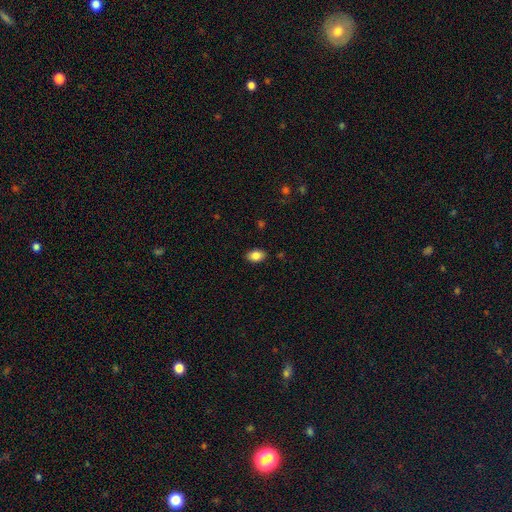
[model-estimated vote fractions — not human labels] smooth 86%, star or artifact 8%, featured or disk 6%. Down the decision tree: how rounded — in between (85%); merging — none (87%).